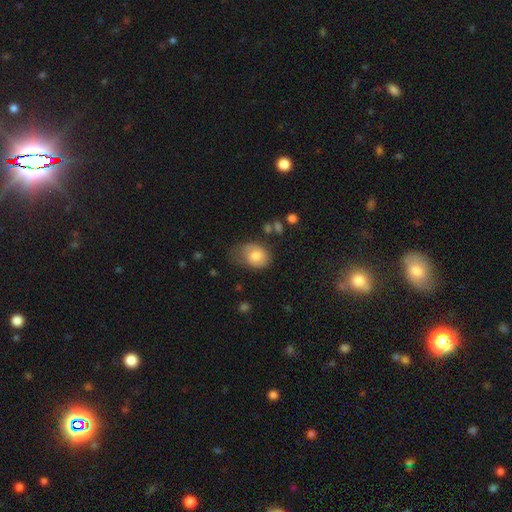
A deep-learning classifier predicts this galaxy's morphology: Smooth or featured: smooth — 75% (featured or disk — 17%)
How rounded: in between — 62% (round — 37%)
Merging: none — 48% (minor disturbance — 34%)